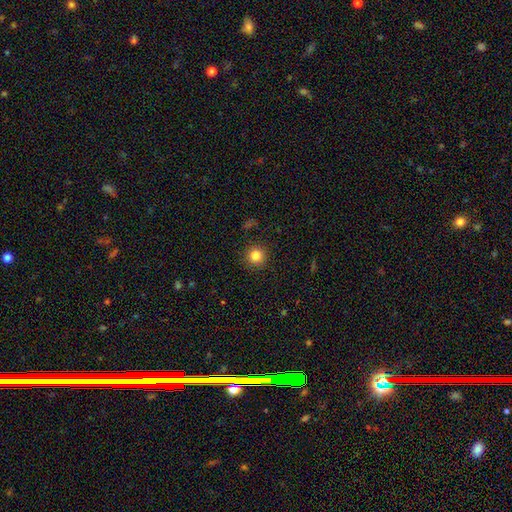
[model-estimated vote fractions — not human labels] Smooth or featured? smooth (83%)
How rounded? round (95%)
Merging? none (91%)